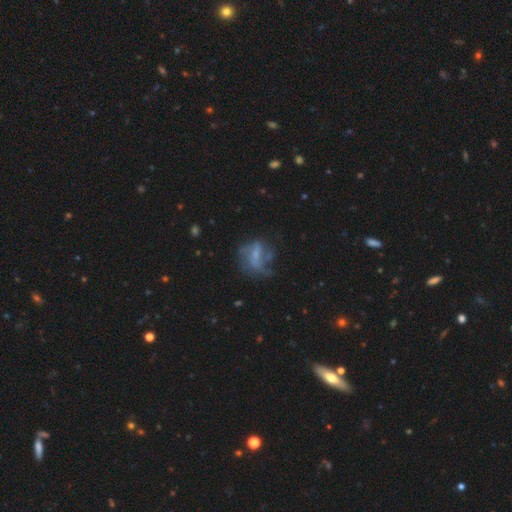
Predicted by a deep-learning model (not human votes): Smooth or featured? featured or disk (52%)
Edge-on disk? no (95%)
Merging? none (40%)